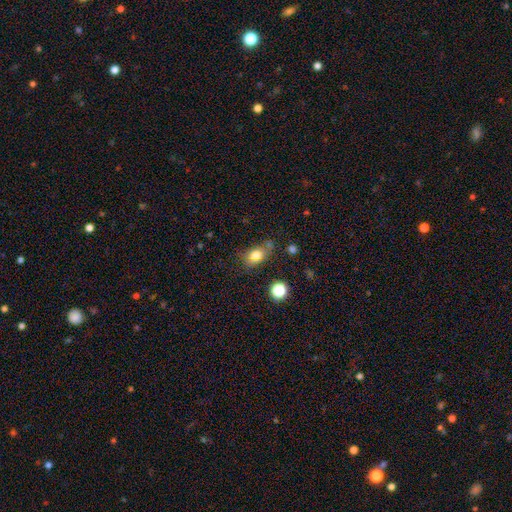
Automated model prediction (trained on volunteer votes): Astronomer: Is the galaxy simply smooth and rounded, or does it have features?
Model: smooth — 69%.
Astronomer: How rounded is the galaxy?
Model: in between — 73%.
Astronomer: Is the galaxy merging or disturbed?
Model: none — 60%.